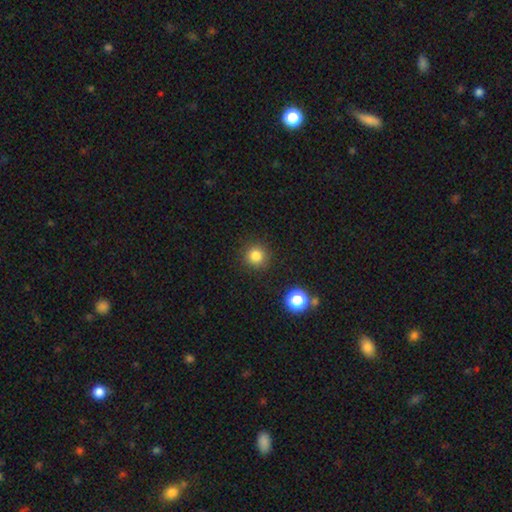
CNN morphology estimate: Smooth or featured: smooth — 82% (star or artifact — 13%)
How rounded: round — 94% (in between — 5%)
Merging: none — 90% (minor disturbance — 6%)